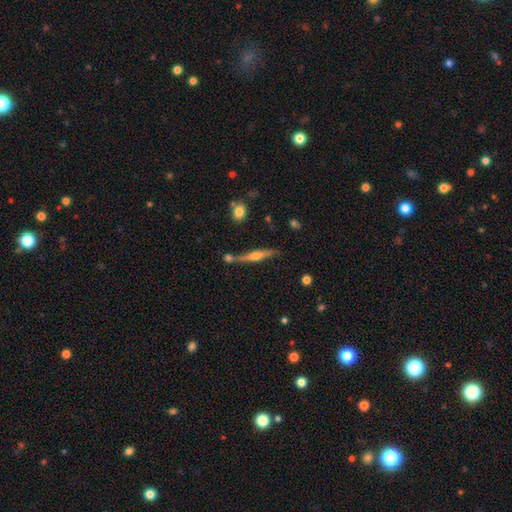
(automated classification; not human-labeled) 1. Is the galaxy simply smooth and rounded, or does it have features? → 60% featured or disk, 32% smooth, 8% star or artifact.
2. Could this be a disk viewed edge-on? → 94% yes, 6% no.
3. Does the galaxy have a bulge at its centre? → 71% rounded, 17% boxy, 13% none.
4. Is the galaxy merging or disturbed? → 69% none, 14% minor disturbance, 13% merger, 4% major disturbance.